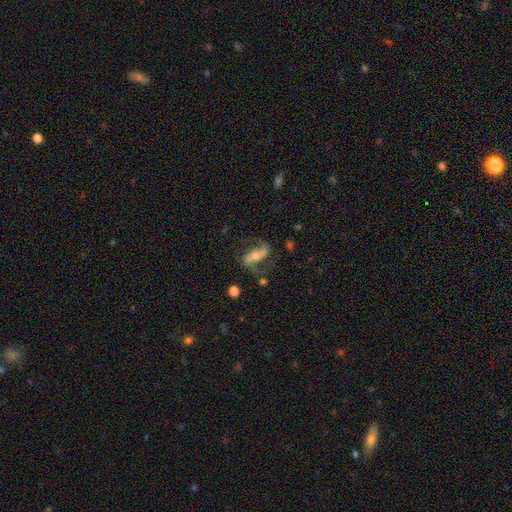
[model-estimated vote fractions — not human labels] Smooth or featured: featured or disk — 78% (smooth — 15%)
Edge-on disk: no — 91% (yes — 9%)
Bar: strong — 51% (weak — 25%)
Spiral arms: yes — 92% (no — 8%)
Spiral winding: loose — 47% (medium — 39%)
Spiral arm count: 2 — 90% (can't tell — 4%)
Bulge size: moderate — 46% (small — 44%)
Merging: none — 68% (minor disturbance — 16%)